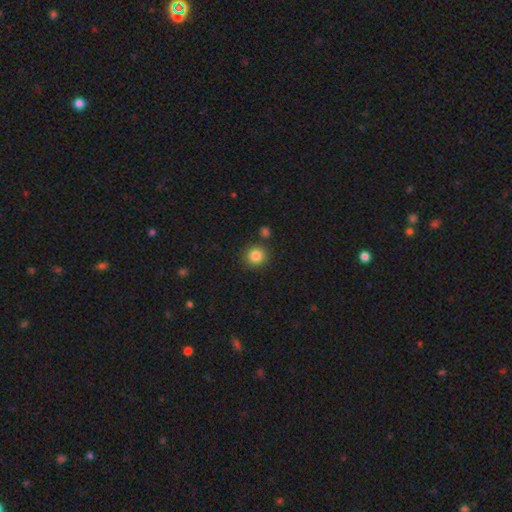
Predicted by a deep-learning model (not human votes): smooth 85%, star or artifact 10%, featured or disk 5%. Down the decision tree: how rounded — round (91%); merging — none (85%).